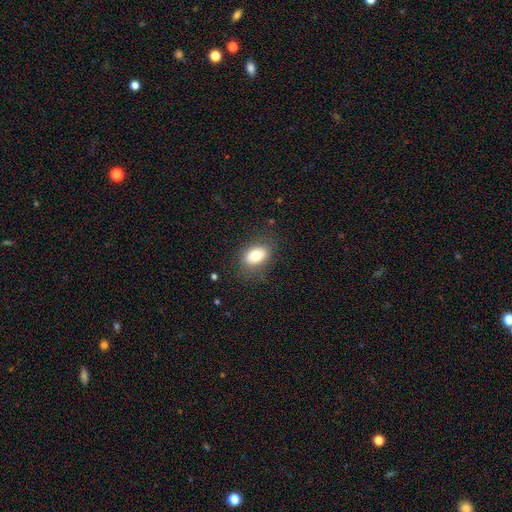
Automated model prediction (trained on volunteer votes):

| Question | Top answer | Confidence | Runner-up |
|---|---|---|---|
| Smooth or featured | smooth | 76% | featured or disk (15%) |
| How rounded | in between | 81% | round (17%) |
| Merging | none | 80% | minor disturbance (14%) |